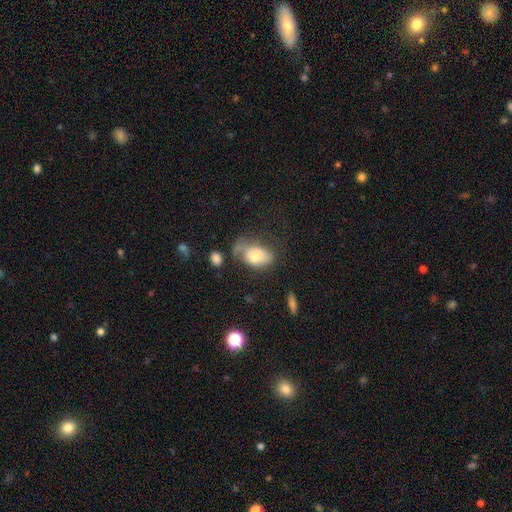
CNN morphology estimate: This appears to be a smooth galaxy with no disk features (70%) that is in between round and cigar-shaped (89%). Merging: major disturbance (33%).